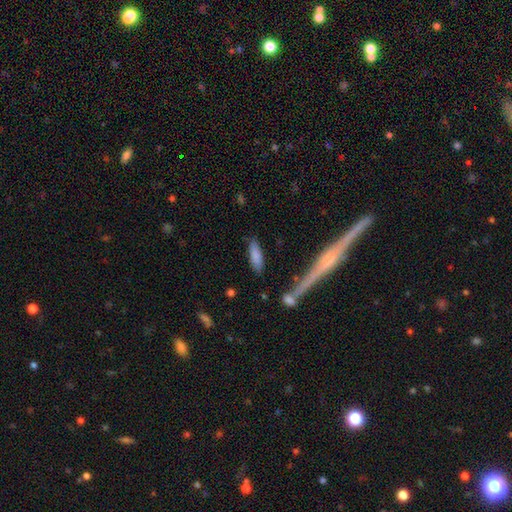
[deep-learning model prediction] Smooth or featured?
  - smooth: 82% *
  - featured or disk: 11%
  - star or artifact: 7%
How rounded?
  - in between: 53% *
  - cigar-shaped: 46%
  - round: 2%
Merging?
  - none: 79% *
  - minor disturbance: 13%
  - merger: 5%
  - major disturbance: 4%